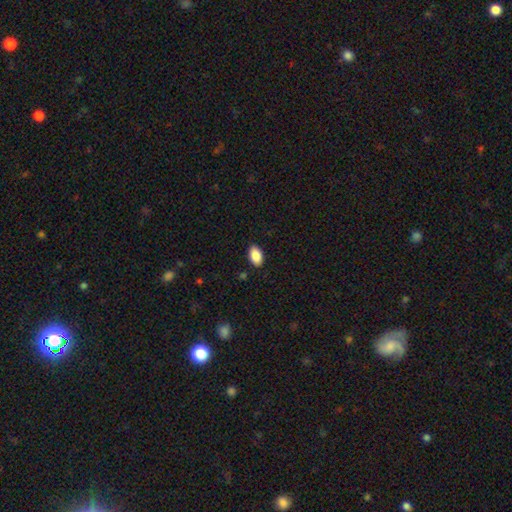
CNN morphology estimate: smooth-or-featured: smooth: 88% | star or artifact: 7% | featured or disk: 5%
  how-rounded: in between: 94% | round: 4% | cigar-shaped: 2%
  merging: none: 88% | minor disturbance: 9% | major disturbance: 2% | merger: 1%